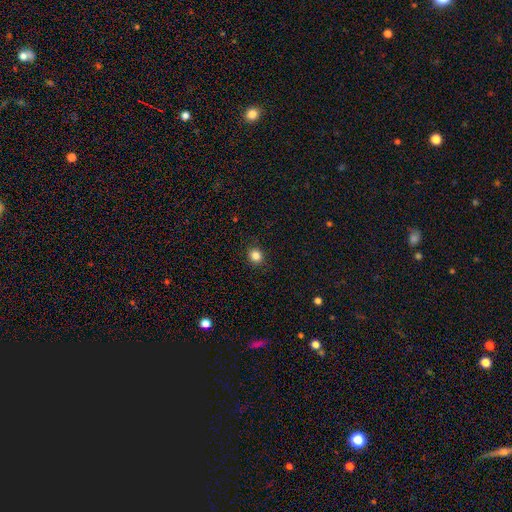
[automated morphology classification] Smooth or featured?
  - smooth: 85% *
  - star or artifact: 11%
  - featured or disk: 4%
How rounded?
  - round: 82% *
  - in between: 18%
  - cigar-shaped: 1%
Merging?
  - none: 90% *
  - minor disturbance: 7%
  - major disturbance: 2%
  - merger: 1%